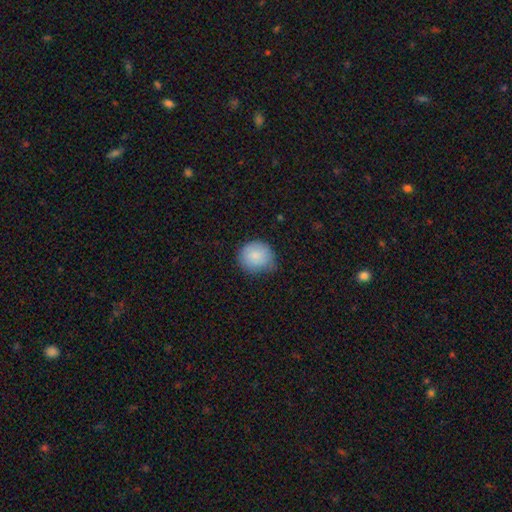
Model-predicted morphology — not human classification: Smooth or featured? smooth (86%)
How rounded? round (86%)
Merging? none (67%)